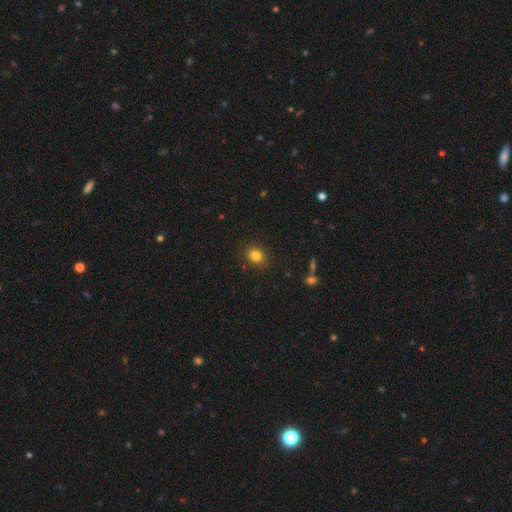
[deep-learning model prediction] smooth_or_featured: smooth (p=0.82) [alt: star or artifact p=0.12]
how_rounded: round (p=0.73) [alt: in between p=0.26]
merging: none (p=0.88) [alt: minor disturbance p=0.08]